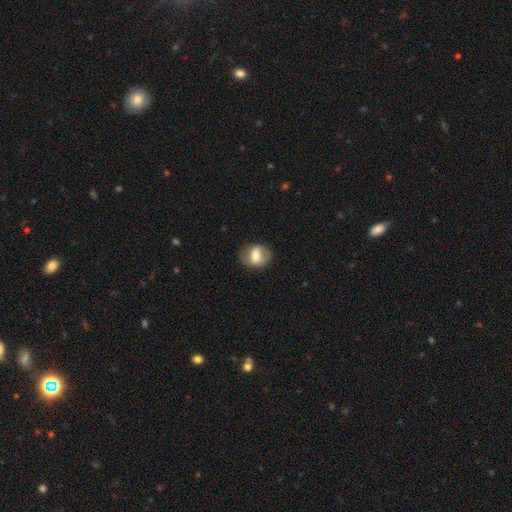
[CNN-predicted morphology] smooth_or_featured: smooth (p=0.57) [alt: featured or disk p=0.35]
how_rounded: in between (p=0.62) [alt: round p=0.36]
merging: none (p=0.74) [alt: minor disturbance p=0.17]